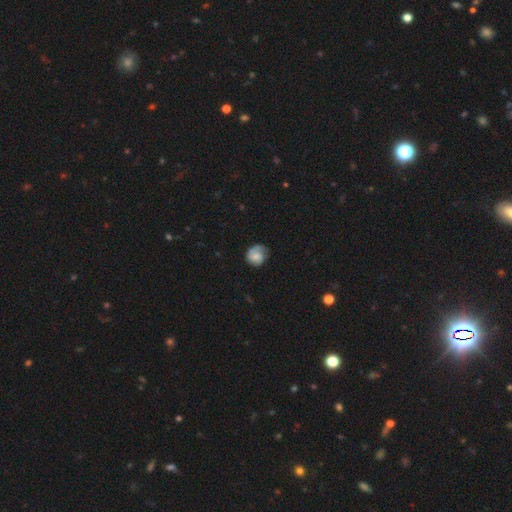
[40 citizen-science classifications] smooth_or_featured: smooth (p=0.50) [alt: featured or disk p=0.40]
how_rounded: round (p=0.65) [alt: in between p=0.30]
merging: none (p=0.64) [alt: minor disturbance p=0.25]